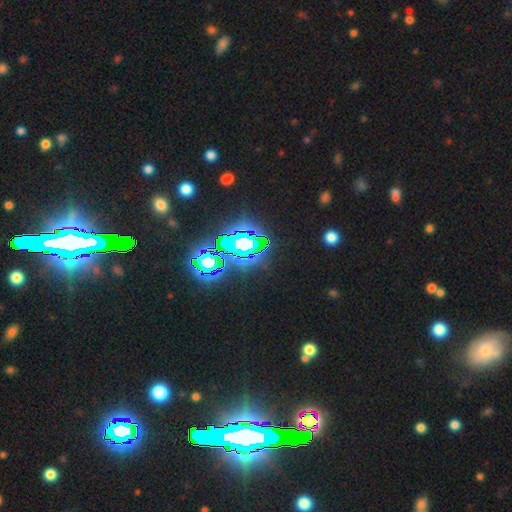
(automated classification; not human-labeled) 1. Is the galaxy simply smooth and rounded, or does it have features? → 82% star or artifact, 10% smooth, 8% featured or disk.